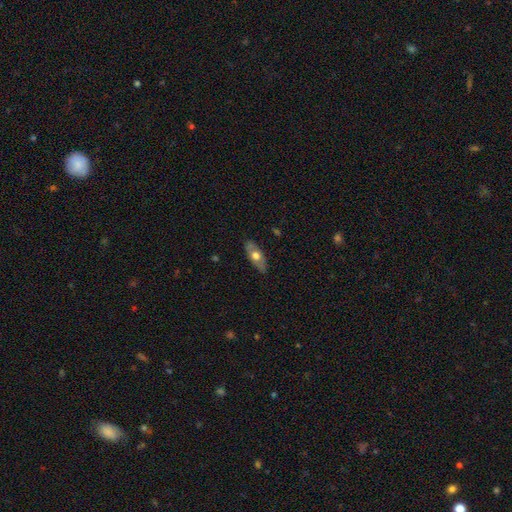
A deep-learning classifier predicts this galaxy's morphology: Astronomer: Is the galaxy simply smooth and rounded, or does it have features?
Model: smooth — 54% (runner-up: featured or disk, 41%).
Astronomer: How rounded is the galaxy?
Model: in between — 78%.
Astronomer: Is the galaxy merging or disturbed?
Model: none — 82%.